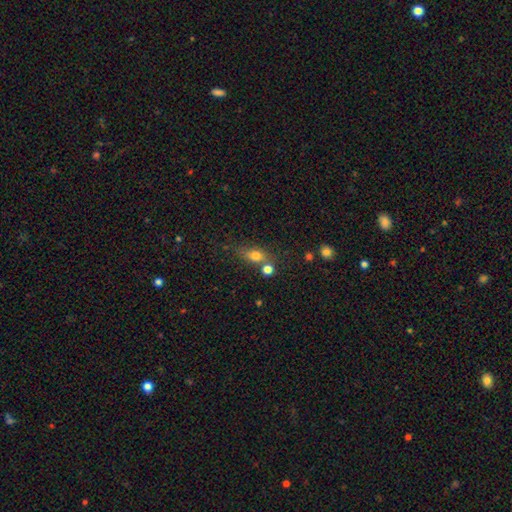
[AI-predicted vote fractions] Morphology: type=smooth (74%); roundness=in between (60%); merging=none (58%).